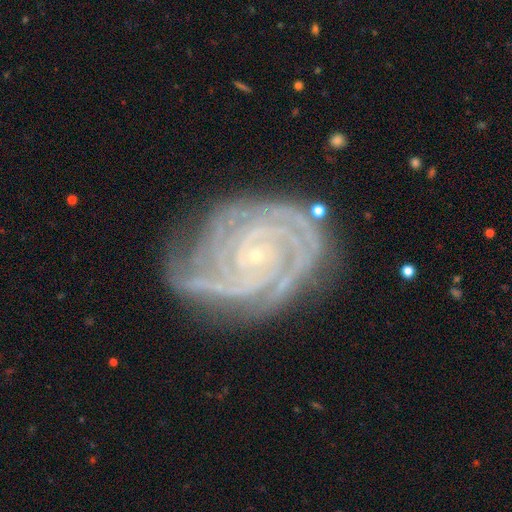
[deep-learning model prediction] smooth_or_featured: featured or disk (p=0.92) [alt: star or artifact p=0.05]
disk_edge_on: no (p=0.98) [alt: yes p=0.02]
bar: no (p=0.73) [alt: weak p=0.18]
has_spiral_arms: yes (p=0.99) [alt: no p=0.01]
spiral_winding: tight (p=0.80) [alt: medium p=0.17]
spiral_arm_count: 3 (p=0.27) [alt: 2 p=0.24]
bulge_size: small (p=0.90) [alt: moderate p=0.07]
merging: none (p=0.69) [alt: minor disturbance p=0.22]